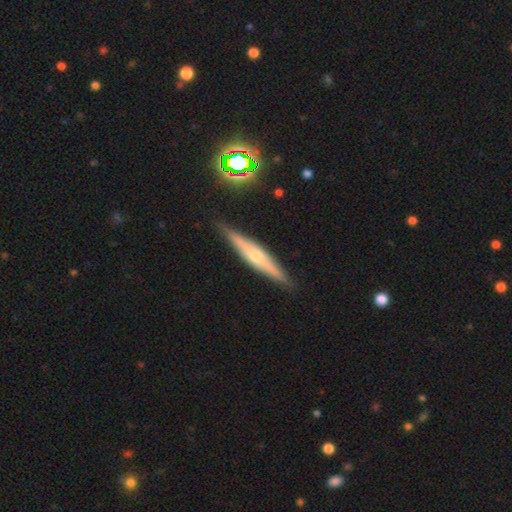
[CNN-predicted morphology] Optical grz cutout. It shows a featured or disk galaxy (64%) viewed edge-on (95%) with a rounded central bulge (77%). Merging: none (87%).